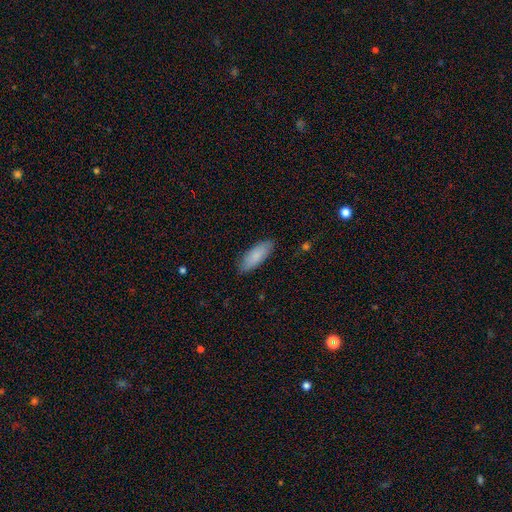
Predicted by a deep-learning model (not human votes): A smooth galaxy with no disk features (84%) that is in between round and cigar-shaped (72%).

Vote fractions:
- Smooth or featured? smooth: 84% / featured or disk: 10% / star or artifact: 6%
- How rounded? in between: 72% / cigar-shaped: 27% / round: 2%
- Merging? none: 85% / minor disturbance: 12% / major disturbance: 2% / merger: 1%